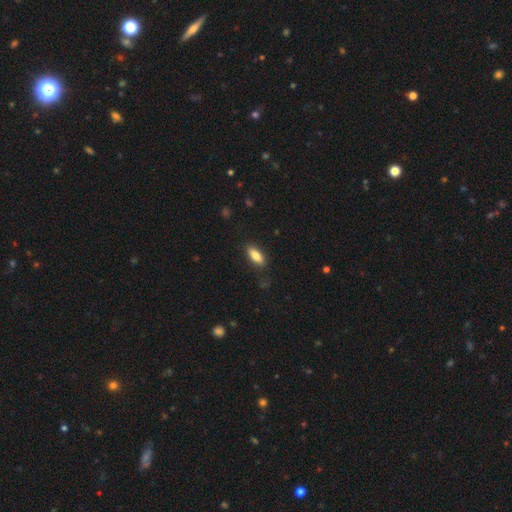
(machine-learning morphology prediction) The model was most divided on "how rounded": in between: 76%, cigar-shaped: 22%, round: 2%. More confident: merging — none (84%); smooth or featured — smooth (82%).